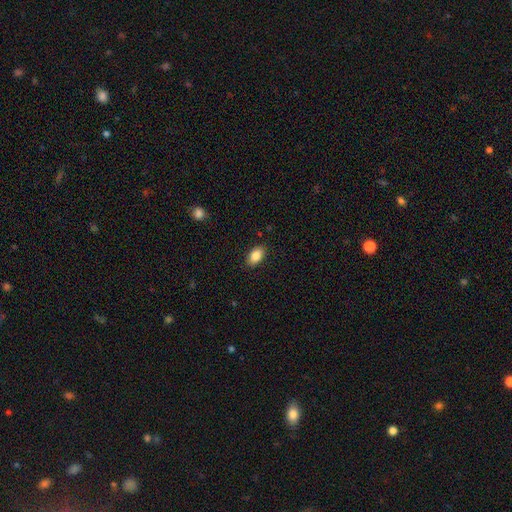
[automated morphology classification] Overall: smooth (86%). How rounded: in between (91%). Merging: none (88%).